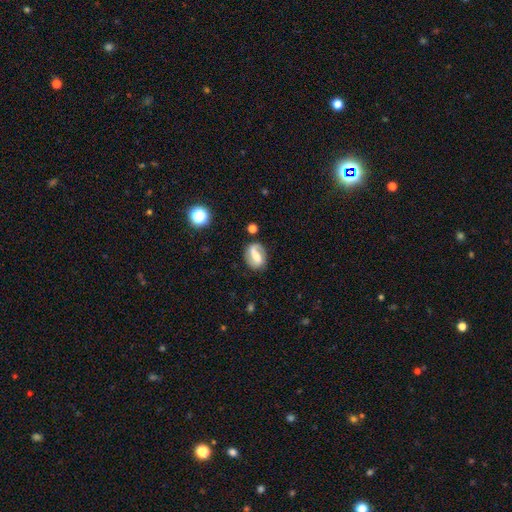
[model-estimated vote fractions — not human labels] Morphology: type=featured or disk (67%); edge-on=no (96%); bar=strong (47%); spiral arms=yes (87%); winding=loose (41%); arm count=2 (77%); bulge=moderate (39%); merging=none (75%).